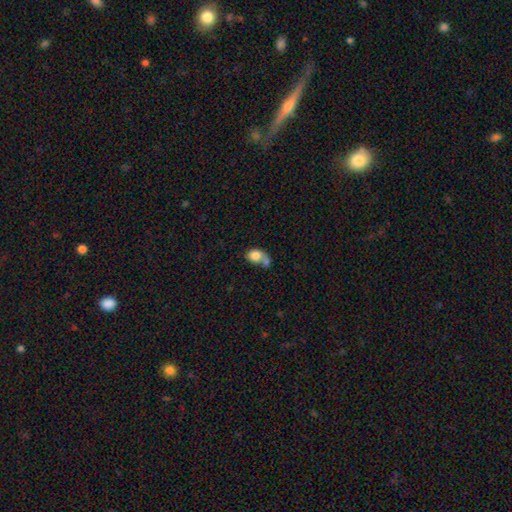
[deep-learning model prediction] Overall: smooth (78%). How rounded: in between (53%; round 46%). Merging: merger (55%; none 24%).